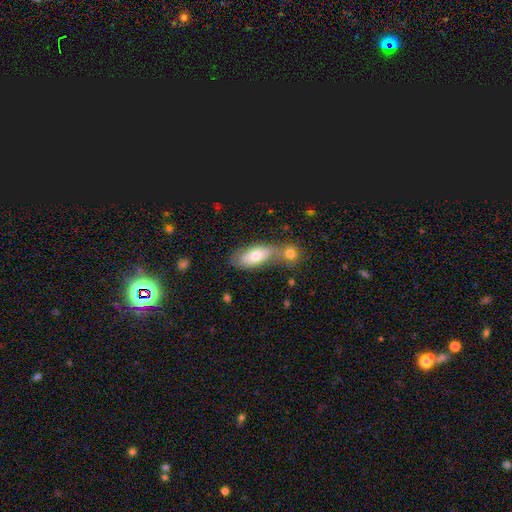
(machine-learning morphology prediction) This is likely a smooth galaxy (72%). How rounded: clearly in between (86%). Merging: marginally none (41%).